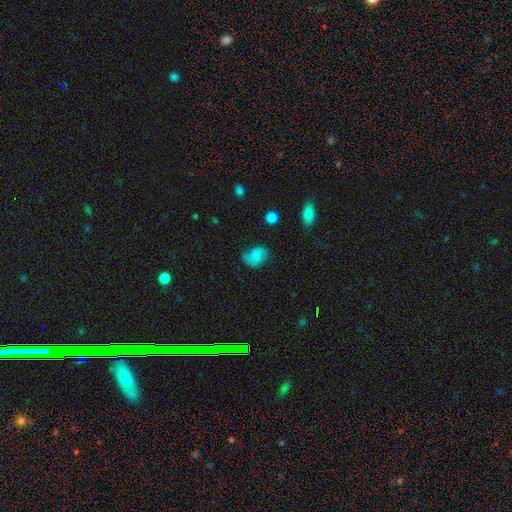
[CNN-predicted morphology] This appears to be a smooth galaxy with no disk features (51%) that is in between round and cigar-shaped (71%). Merging: none (57%).